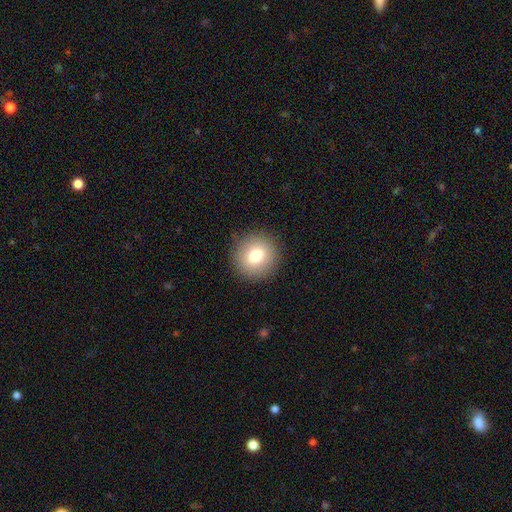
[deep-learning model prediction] Smooth or featured: smooth — 78% (featured or disk — 12%)
How rounded: round — 94% (in between — 5%)
Merging: none — 90% (minor disturbance — 6%)